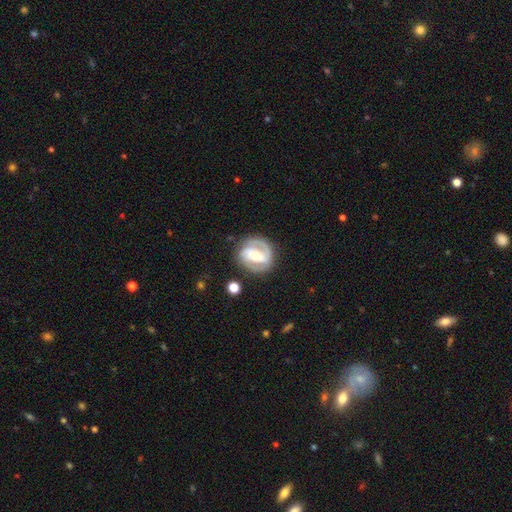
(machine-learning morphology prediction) A featured or disk galaxy (85%) with a strong bar (55%), 2 (85%) tight (47%) spiral arms (93%) and a moderate central bulge (52%).

Vote fractions:
- Smooth or featured? featured or disk: 85% / smooth: 10% / star or artifact: 5%
- Edge-on disk? no: 97% / yes: 3%
- Bar? strong: 55% / weak: 31% / no: 15%
- Spiral arms? yes: 93% / no: 7%
- Spiral winding? tight: 47% / medium: 42% / loose: 11%
- Spiral arm count? 2: 85% / can't tell: 6% / 1: 4% / 3: 3% / 4: 1% / more than 4: 1%
- Bulge size? moderate: 52% / small: 41% / large: 4% / none: 2% / dominant: 1%
- Merging? none: 79% / minor disturbance: 13% / major disturbance: 6% / merger: 2%